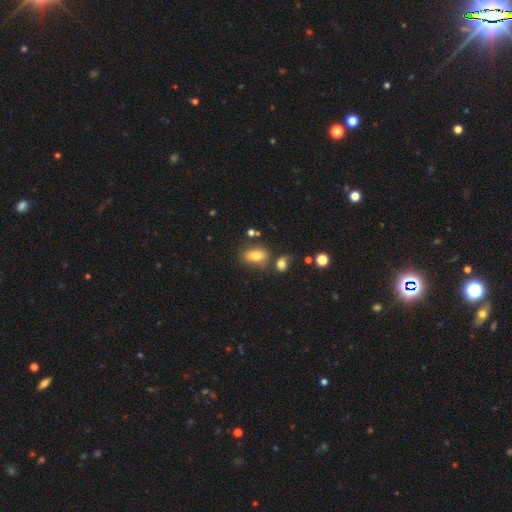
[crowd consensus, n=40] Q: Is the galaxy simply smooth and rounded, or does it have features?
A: smooth — 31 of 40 (78%).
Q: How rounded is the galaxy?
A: in between — 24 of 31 (77%).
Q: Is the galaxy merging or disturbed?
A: none — 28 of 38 (74%).